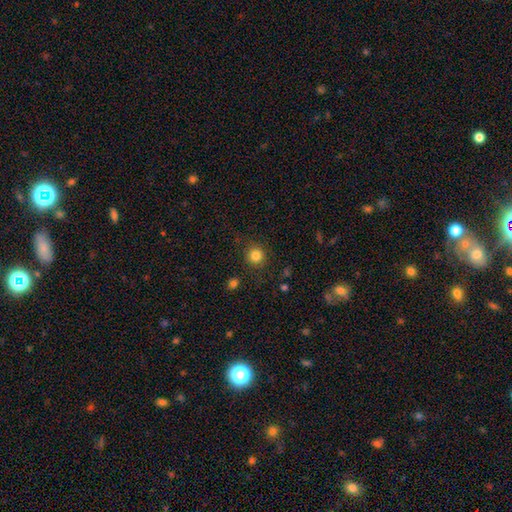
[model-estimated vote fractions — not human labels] This is clearly a smooth galaxy (83%). How rounded: clearly round (93%). Merging: clearly none (88%).